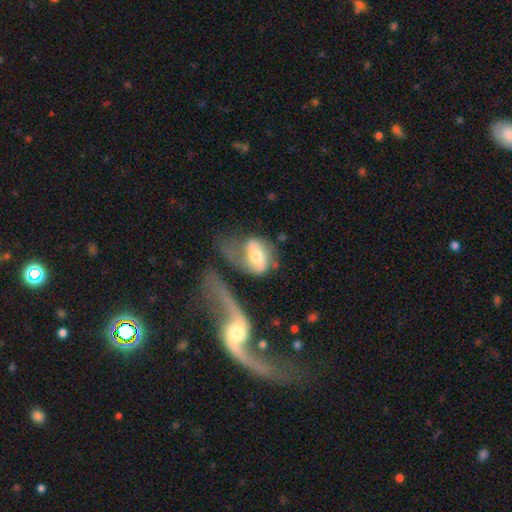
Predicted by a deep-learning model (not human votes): Smooth or featured: featured or disk — 52% (smooth — 41%)
Edge-on disk: no — 90% (yes — 10%)
Merging: major disturbance — 38% (merger — 23%)